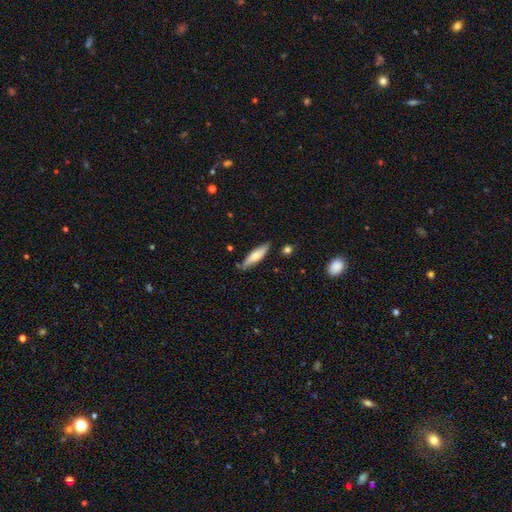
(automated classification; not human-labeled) Smooth or featured: smooth — 64% (featured or disk — 30%)
How rounded: cigar-shaped — 63% (in between — 35%)
Merging: none — 77% (minor disturbance — 18%)